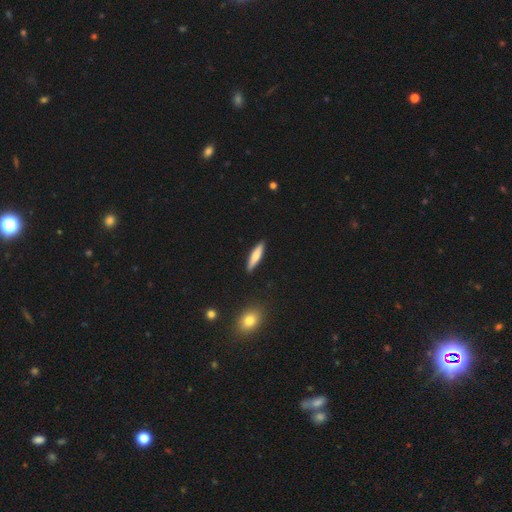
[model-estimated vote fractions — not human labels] The model was most divided on "smooth or featured": smooth: 64%, featured or disk: 30%, star or artifact: 5%. More confident: merging — none (90%); how rounded — cigar-shaped (82%).